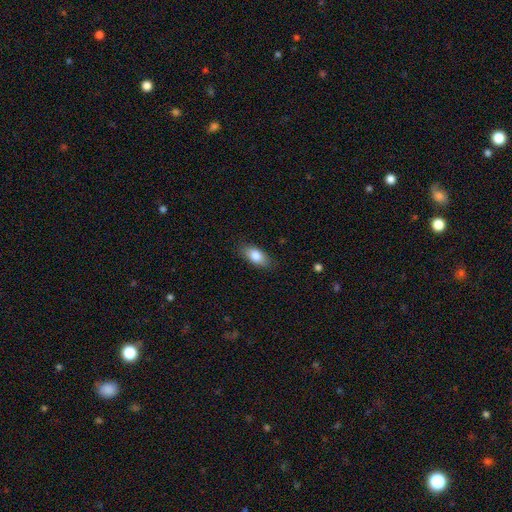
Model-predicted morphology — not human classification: type=smooth (82%); roundness=in between (88%); merging=none (84%).